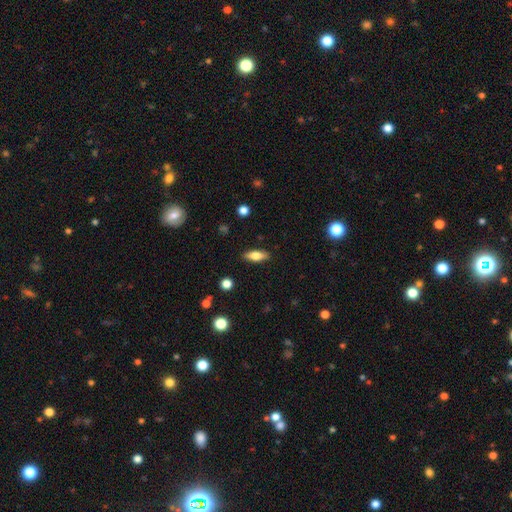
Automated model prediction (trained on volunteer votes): smooth-or-featured: smooth: 69% | featured or disk: 24% | star or artifact: 7%
  how-rounded: in between: 66% | cigar-shaped: 31% | round: 3%
  merging: none: 88% | minor disturbance: 9% | major disturbance: 2% | merger: 1%